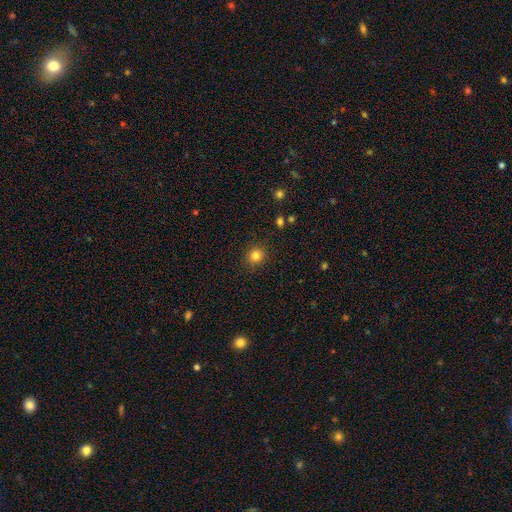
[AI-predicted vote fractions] smooth 82%, star or artifact 12%, featured or disk 5%. Down the decision tree: how rounded — round (88%); merging — none (90%).